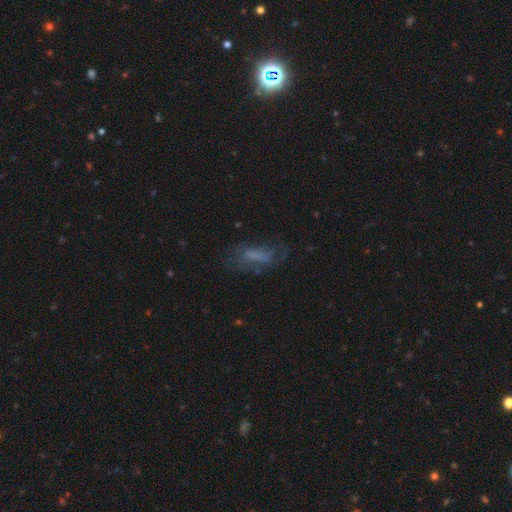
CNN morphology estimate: Smooth or featured? smooth (46%)
Merging? none (51%)